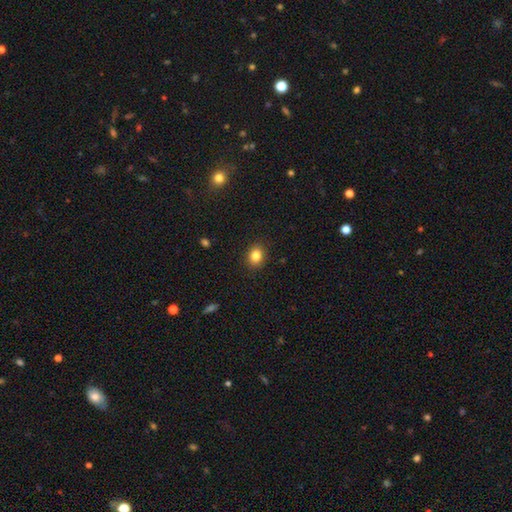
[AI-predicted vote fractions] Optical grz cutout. It shows a smooth galaxy with no disk features (84%) that is round (52%). Merging: none (89%).